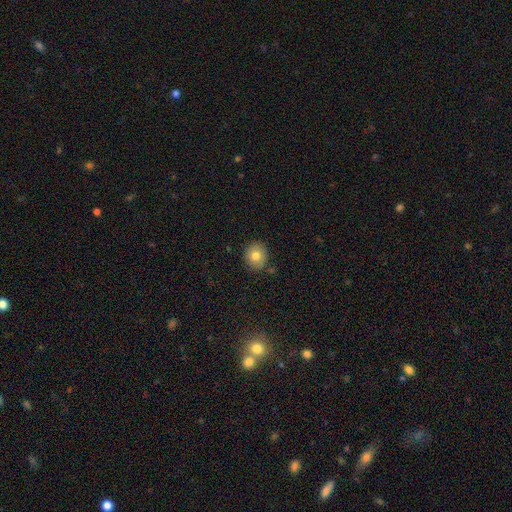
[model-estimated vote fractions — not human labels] Smooth or featured?
  - smooth: 78% *
  - featured or disk: 12%
  - star or artifact: 10%
How rounded?
  - round: 83% *
  - in between: 16%
  - cigar-shaped: 1%
Merging?
  - none: 86% *
  - minor disturbance: 10%
  - merger: 2%
  - major disturbance: 2%